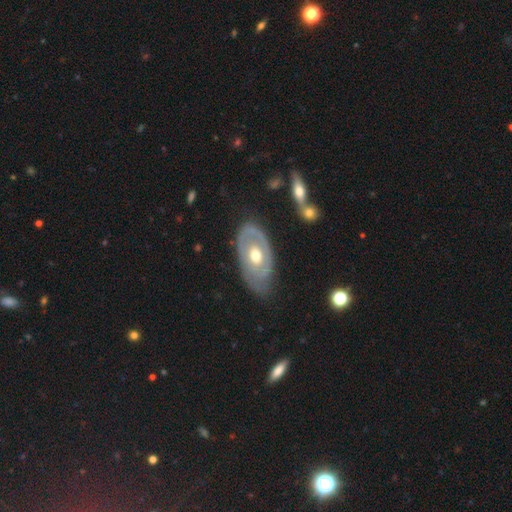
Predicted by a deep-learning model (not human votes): smooth_or_featured: featured or disk (p=0.70) [alt: smooth p=0.26]
disk_edge_on: no (p=0.90) [alt: yes p=0.10]
bar: no (p=0.83) [alt: weak p=0.14]
has_spiral_arms: no (p=0.54) [alt: yes p=0.46]
bulge_size: moderate (p=0.76) [alt: small p=0.13]
merging: none (p=0.67) [alt: minor disturbance p=0.23]